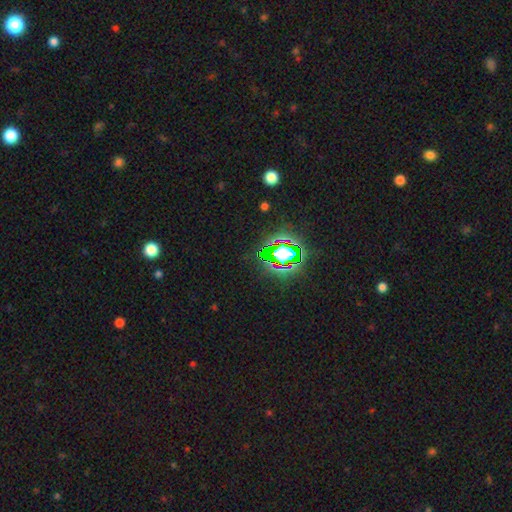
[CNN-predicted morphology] The model was most divided on "smooth or featured": star or artifact: 78%, smooth: 13%, featured or disk: 8%.